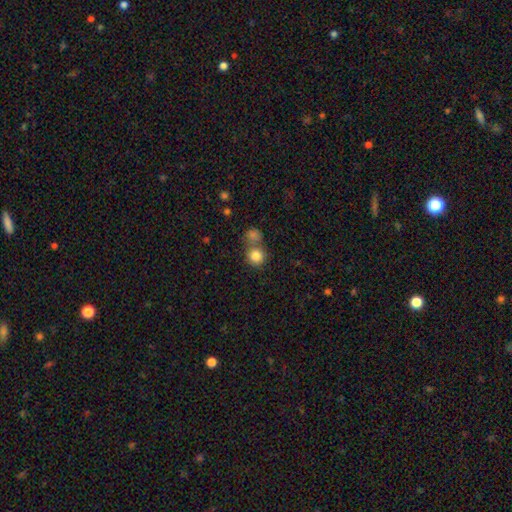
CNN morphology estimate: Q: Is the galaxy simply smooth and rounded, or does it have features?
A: smooth — 83%.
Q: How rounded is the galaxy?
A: round — 89%.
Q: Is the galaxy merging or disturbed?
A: none — 56%.